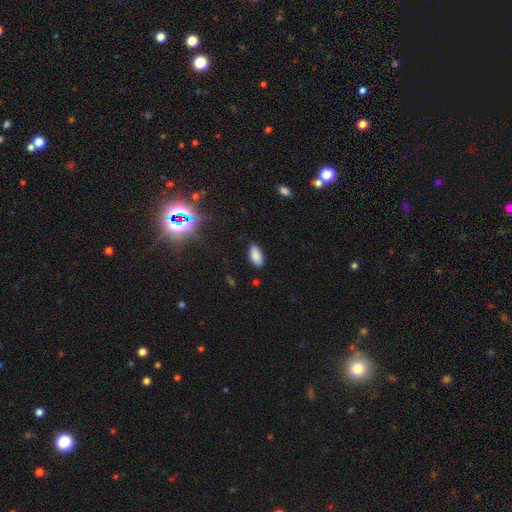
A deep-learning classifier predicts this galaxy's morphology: Smooth or featured?
  - smooth: 85% *
  - star or artifact: 10%
  - featured or disk: 5%
How rounded?
  - in between: 91% *
  - cigar-shaped: 6%
  - round: 2%
Merging?
  - none: 86% *
  - minor disturbance: 10%
  - major disturbance: 2%
  - merger: 1%